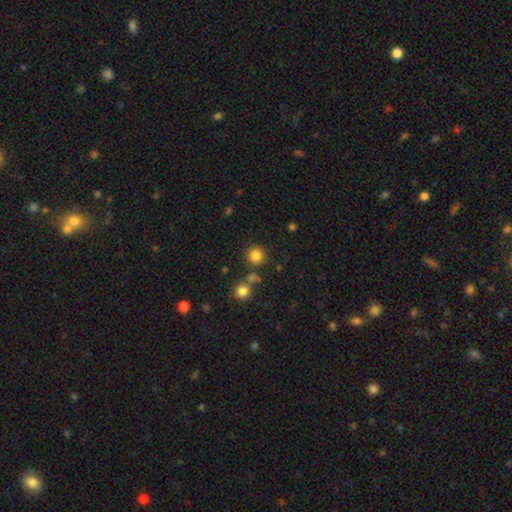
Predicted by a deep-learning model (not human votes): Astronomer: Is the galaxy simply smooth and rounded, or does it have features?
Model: smooth — 83%.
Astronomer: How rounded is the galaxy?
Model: round — 93%.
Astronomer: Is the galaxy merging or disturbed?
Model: none — 81%.